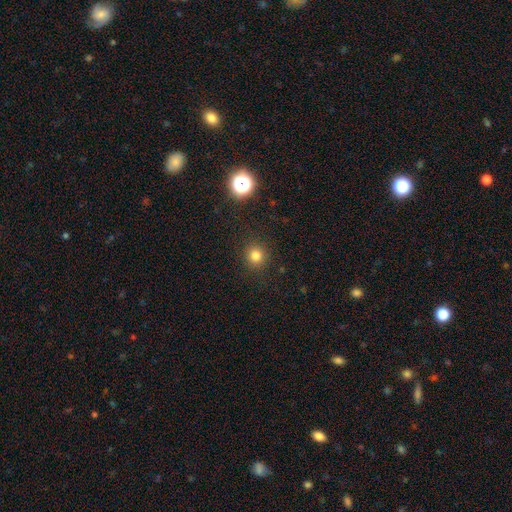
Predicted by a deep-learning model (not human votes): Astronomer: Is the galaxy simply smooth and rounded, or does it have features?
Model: smooth — 80%.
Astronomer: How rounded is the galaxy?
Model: round — 93%.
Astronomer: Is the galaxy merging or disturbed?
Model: none — 90%.